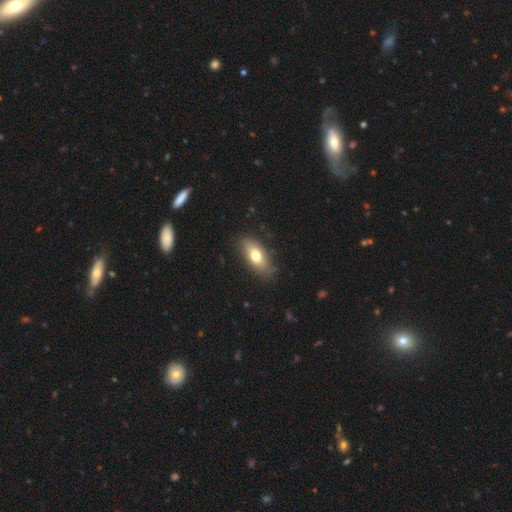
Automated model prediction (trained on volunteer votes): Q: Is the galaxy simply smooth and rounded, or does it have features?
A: smooth — 71%.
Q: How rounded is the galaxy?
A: in between — 84%.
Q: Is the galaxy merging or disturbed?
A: none — 80%.